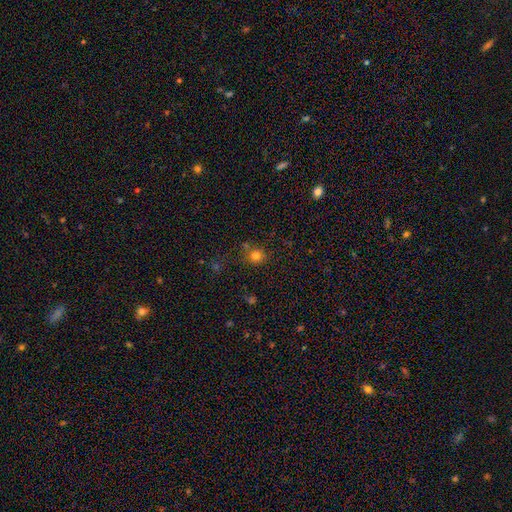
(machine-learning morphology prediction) The model was most divided on "merging": none: 72%, minor disturbance: 14%, merger: 9%, major disturbance: 5%. More confident: how rounded — round (86%); smooth or featured — smooth (79%).